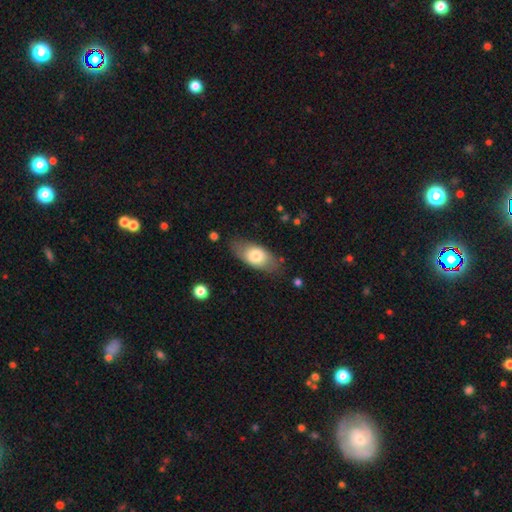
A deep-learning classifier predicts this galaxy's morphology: Smooth or featured? Predicted: smooth (p=0.71). How rounded? Predicted: in between (p=0.88). Merging? Predicted: none (p=0.77).